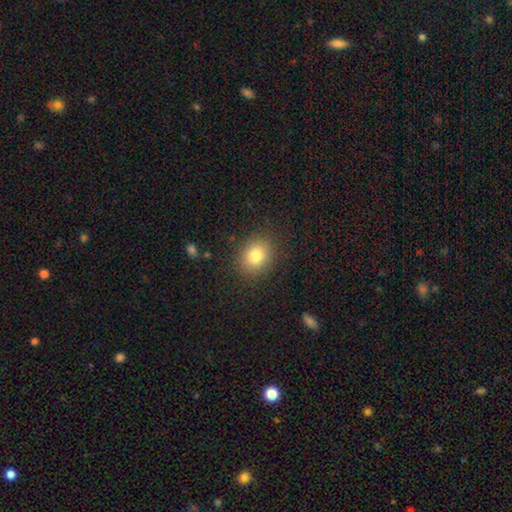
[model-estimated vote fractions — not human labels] Smooth or featured? Predicted: smooth (p=0.81). How rounded? Predicted: round (p=0.55). Merging? Predicted: none (p=0.87).